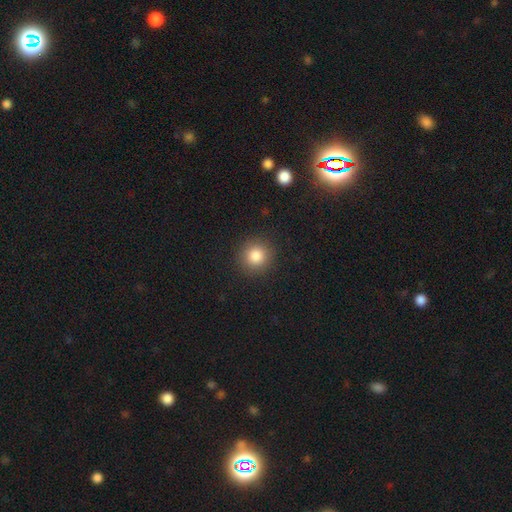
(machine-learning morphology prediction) Q: Smooth or featured?
A: smooth (84%); runner-up: star or artifact (11%)
Q: How rounded?
A: round (92%); runner-up: in between (7%)
Q: Merging?
A: none (90%); runner-up: minor disturbance (6%)